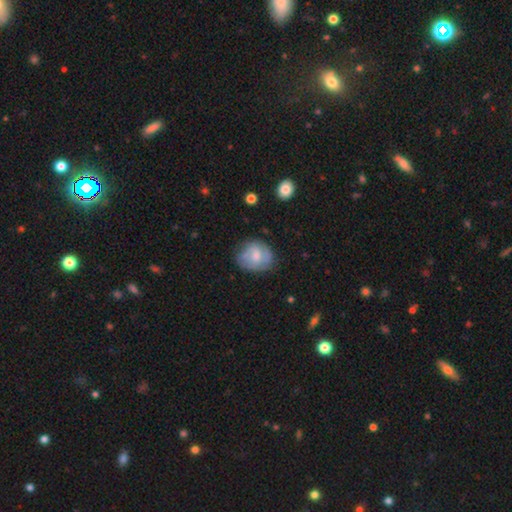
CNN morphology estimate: The model was most divided on "smooth or featured": smooth: 52%, featured or disk: 41%, star or artifact: 7%. More confident: merging — none (63%); how rounded — round (63%).